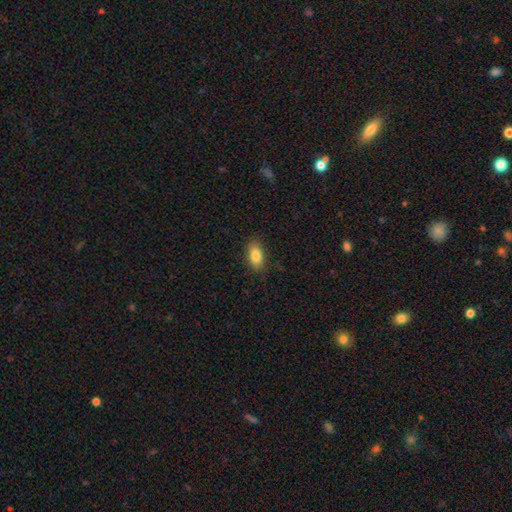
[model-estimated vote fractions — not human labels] Smooth or featured?
  - smooth: 84% *
  - featured or disk: 8%
  - star or artifact: 8%
How rounded?
  - in between: 89% *
  - round: 6%
  - cigar-shaped: 5%
Merging?
  - none: 85% *
  - minor disturbance: 11%
  - major disturbance: 3%
  - merger: 1%